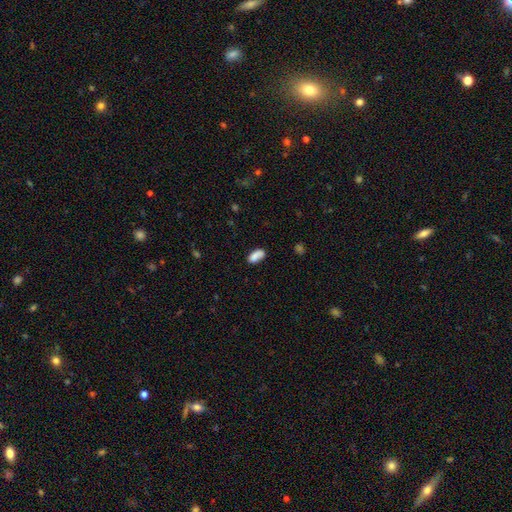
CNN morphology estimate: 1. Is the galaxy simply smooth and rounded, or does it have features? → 78% smooth, 13% featured or disk, 9% star or artifact.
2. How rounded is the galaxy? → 89% in between, 6% cigar-shaped, 5% round.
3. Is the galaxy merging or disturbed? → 52% none, 22% minor disturbance, 17% merger, 9% major disturbance.